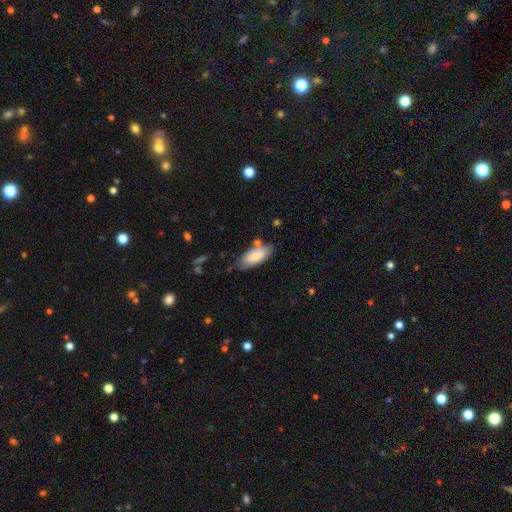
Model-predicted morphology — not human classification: The model was most divided on "merging": none: 64%, minor disturbance: 23%, merger: 8%, major disturbance: 5%. More confident: how rounded — in between (86%); smooth or featured — smooth (79%).